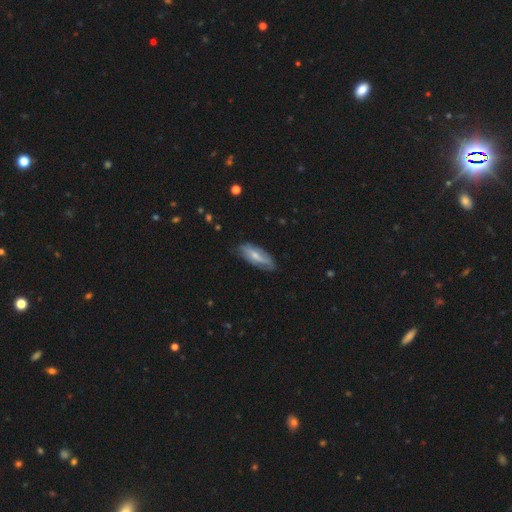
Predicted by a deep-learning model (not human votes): Smooth or featured? Predicted: smooth (p=0.53). How rounded? Predicted: in between (p=0.64). Merging? Predicted: none (p=0.72).